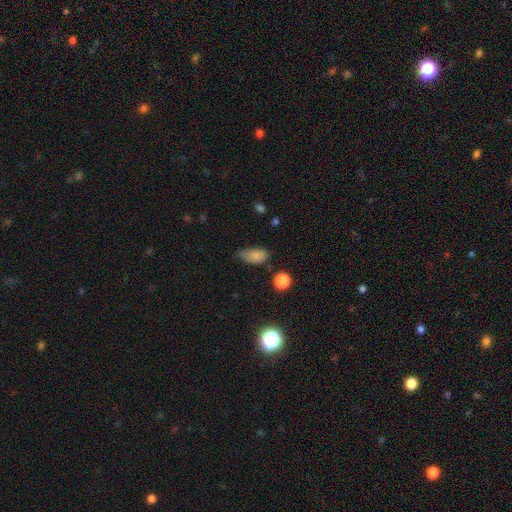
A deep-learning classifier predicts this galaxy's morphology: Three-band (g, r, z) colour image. It shows a smooth galaxy with no disk features (81%) that is in between round and cigar-shaped (89%). Merging: none (50%).